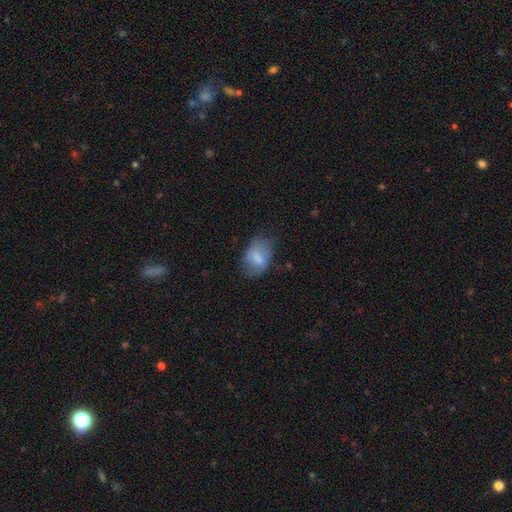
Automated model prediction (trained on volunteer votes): smooth_or_featured: smooth (p=0.67) [alt: featured or disk p=0.24]
how_rounded: in between (p=0.83) [alt: round p=0.15]
merging: none (p=0.59) [alt: minor disturbance p=0.27]